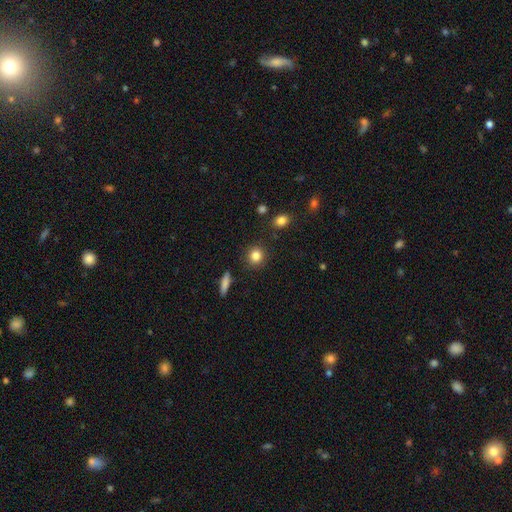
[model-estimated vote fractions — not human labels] A smooth galaxy with no disk features (84%) that is round (87%).

Vote fractions:
- Smooth or featured? smooth: 84% / star or artifact: 10% / featured or disk: 6%
- How rounded? round: 87% / in between: 11% / cigar-shaped: 1%
- Merging? none: 89% / minor disturbance: 7% / major disturbance: 2% / merger: 2%